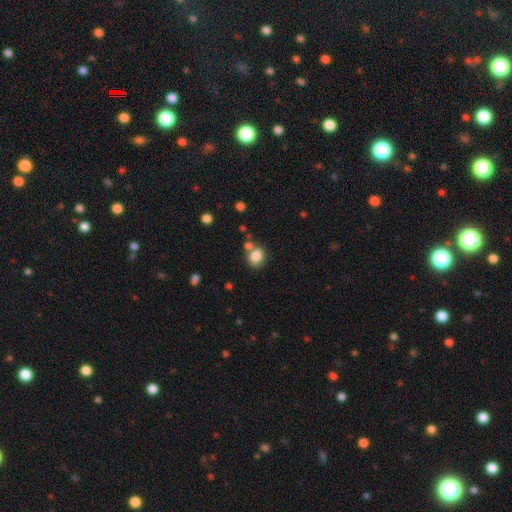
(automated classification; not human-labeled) smooth-or-featured: smooth: 83% | star or artifact: 11% | featured or disk: 7%
  how-rounded: round: 67% | in between: 32% | cigar-shaped: 1%
  merging: none: 63% | merger: 21% | minor disturbance: 12% | major disturbance: 4%